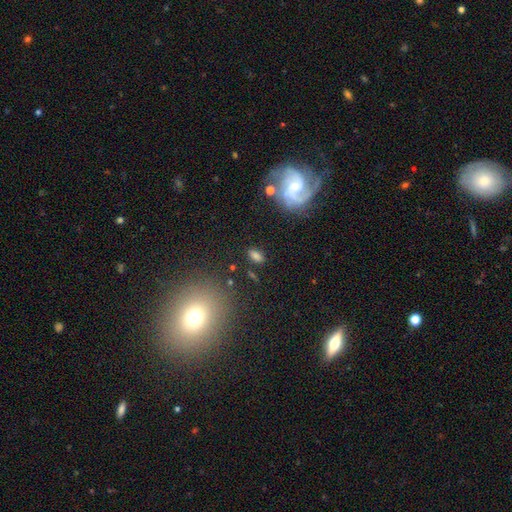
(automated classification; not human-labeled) The model was most divided on "smooth or featured": smooth: 73%, star or artifact: 15%, featured or disk: 12%. More confident: how rounded — in between (87%); merging — none (80%).